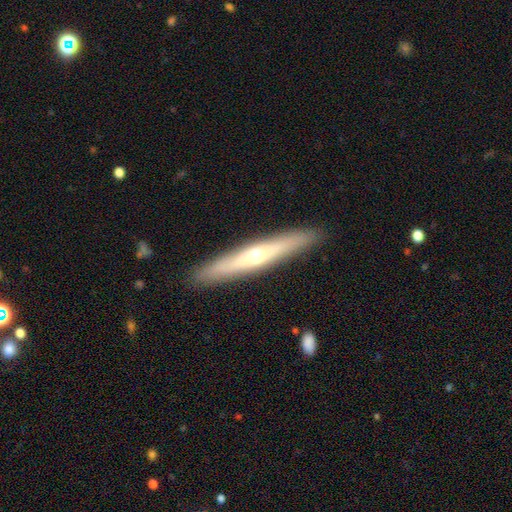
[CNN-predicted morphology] Smooth or featured: featured or disk — 61% (smooth — 33%)
Edge-on disk: yes — 90% (no — 10%)
Edge-on bulge: rounded — 82% (none — 16%)
Merging: none — 91% (minor disturbance — 7%)